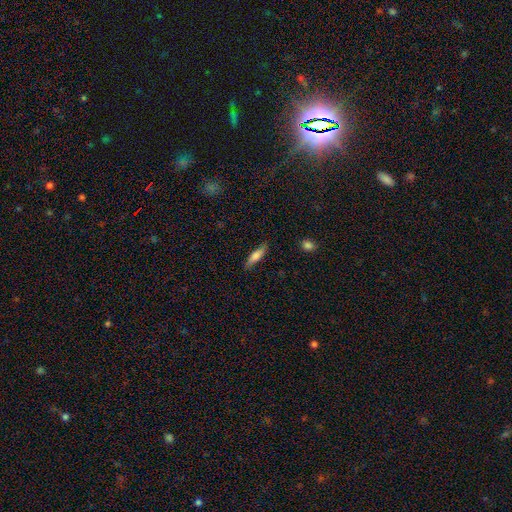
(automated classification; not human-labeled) Morphology: type=smooth (71%); roundness=cigar-shaped (69%); merging=none (84%).